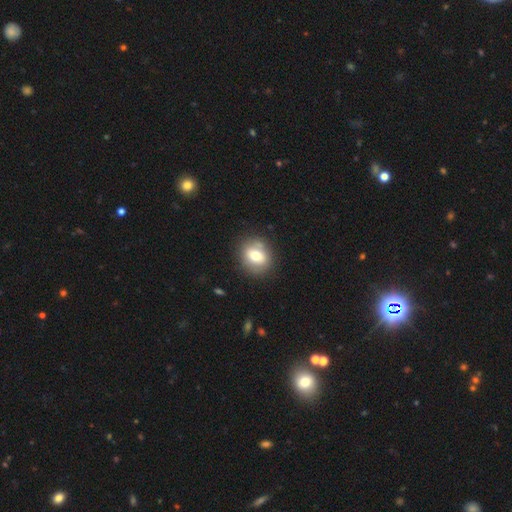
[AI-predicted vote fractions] The model was most divided on "how rounded": round: 64%, in between: 35%, cigar-shaped: 1%. More confident: merging — none (81%); smooth or featured — smooth (71%).